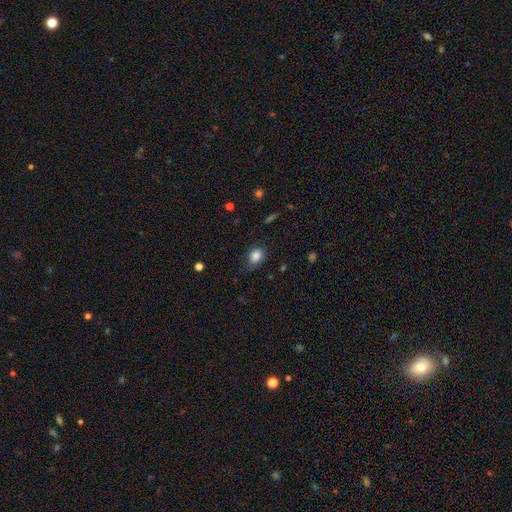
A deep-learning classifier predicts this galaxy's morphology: smooth-or-featured: smooth: 85% | star or artifact: 9% | featured or disk: 5%
  how-rounded: in between: 65% | round: 33% | cigar-shaped: 1%
  merging: none: 67% | minor disturbance: 25% | major disturbance: 7% | merger: 1%